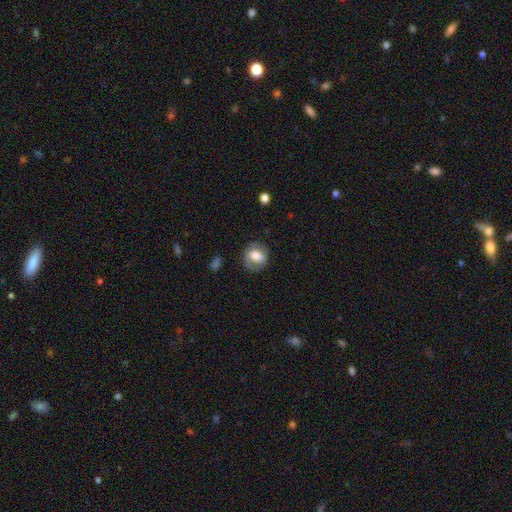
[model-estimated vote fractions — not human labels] This appears to be a smooth galaxy with no disk features (54%) that is round (65%). Merging: none (76%).